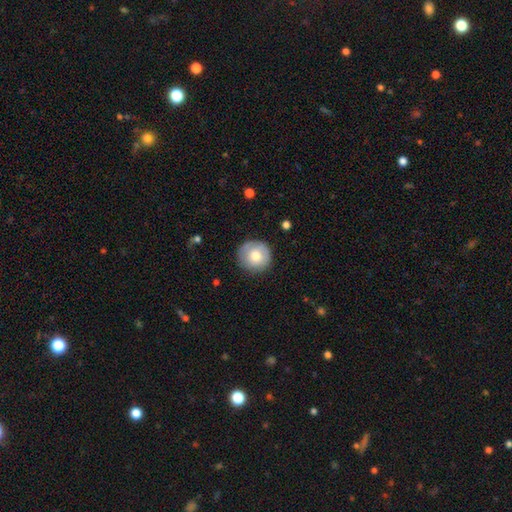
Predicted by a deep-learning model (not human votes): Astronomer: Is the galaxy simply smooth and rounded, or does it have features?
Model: smooth — 70%.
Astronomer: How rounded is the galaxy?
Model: round — 93%.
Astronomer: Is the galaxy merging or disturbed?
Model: none — 82%.